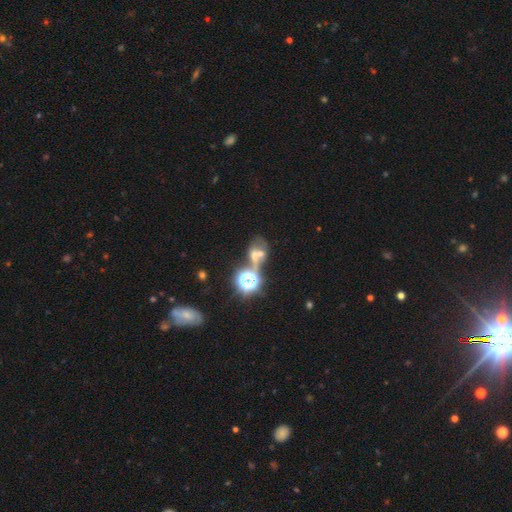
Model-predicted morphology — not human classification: Smooth or featured? Predicted: star or artifact (p=0.42).